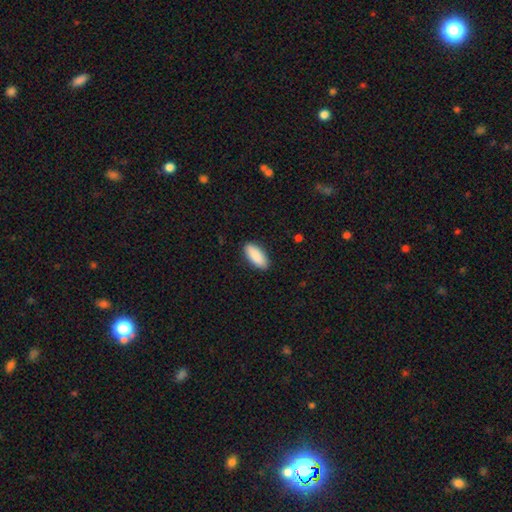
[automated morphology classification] Smooth or featured? smooth (90%)
How rounded? in between (84%)
Merging? none (89%)